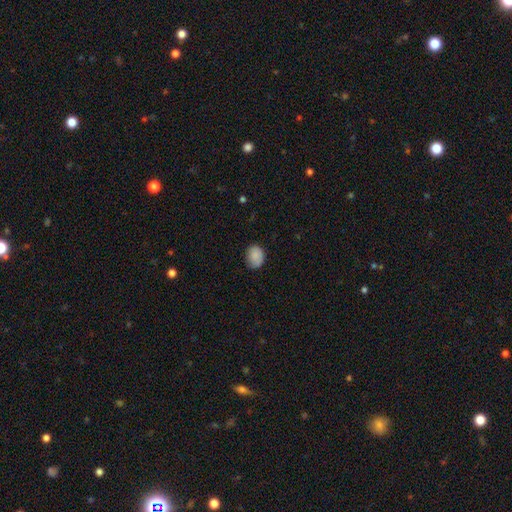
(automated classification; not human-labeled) Smooth or featured? smooth (85%)
How rounded? in between (55%)
Merging? none (74%)